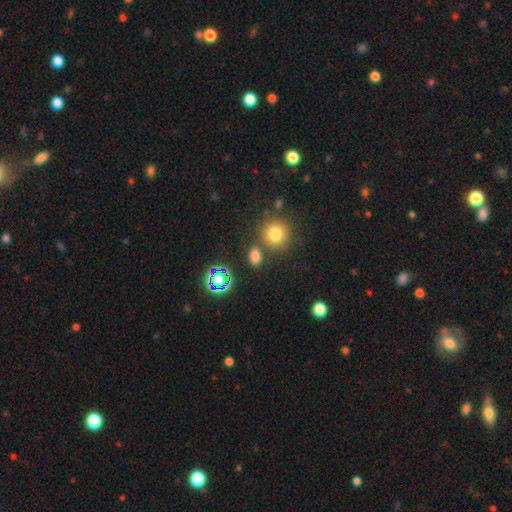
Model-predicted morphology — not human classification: type=smooth (61%); roundness=round (70%); merging=none (72%).